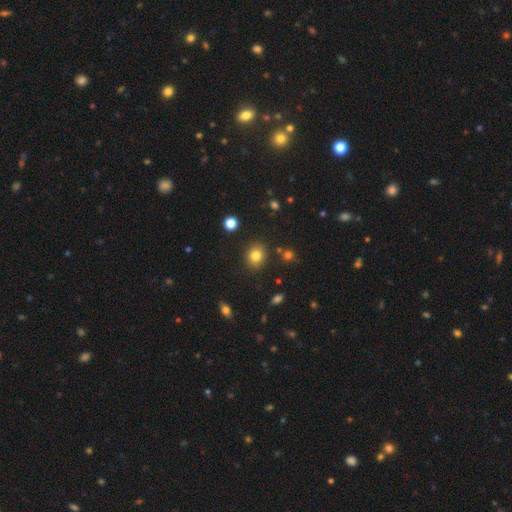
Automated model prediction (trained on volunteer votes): smooth 81%, star or artifact 12%, featured or disk 7%. Down the decision tree: how rounded — round (72%); merging — none (86%).